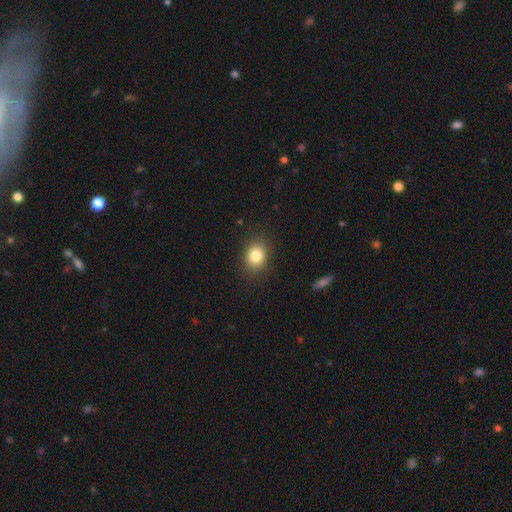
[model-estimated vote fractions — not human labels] Overall: smooth (83%). How rounded: round (53%; in between 46%). Merging: none (87%).